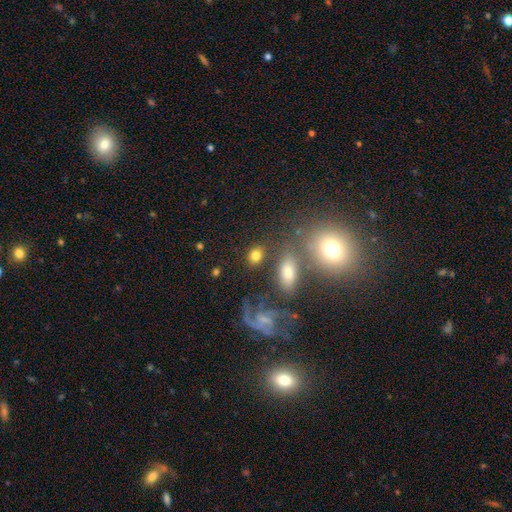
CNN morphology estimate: Overall: smooth (76%). How rounded: round (55%; in between 43%). Merging: none (73%).